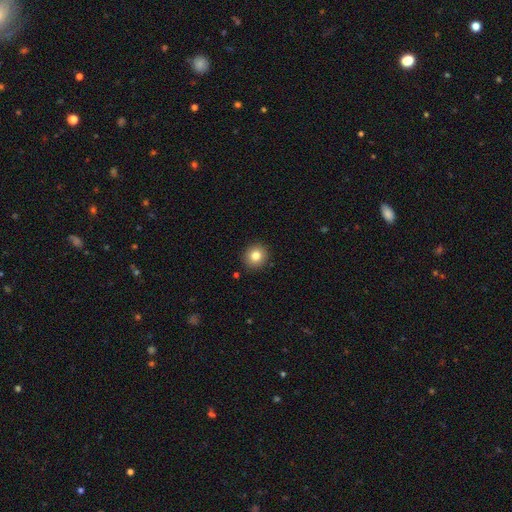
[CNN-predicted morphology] Smooth or featured? Predicted: smooth (p=0.82). How rounded? Predicted: round (p=0.87). Merging? Predicted: none (p=0.91).